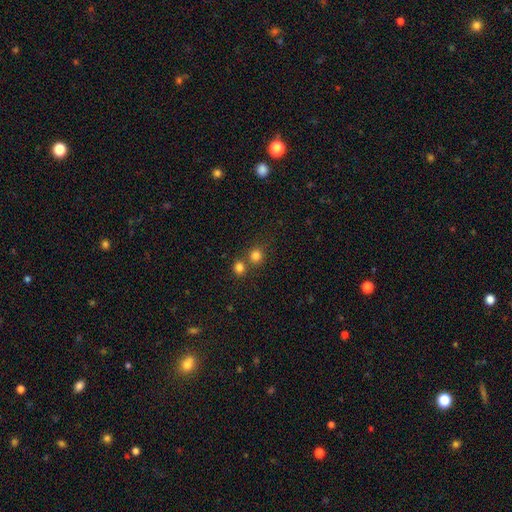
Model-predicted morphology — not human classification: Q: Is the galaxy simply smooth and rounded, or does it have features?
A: smooth — 79%.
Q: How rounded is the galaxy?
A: round — 87%.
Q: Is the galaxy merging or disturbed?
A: none — 61%.